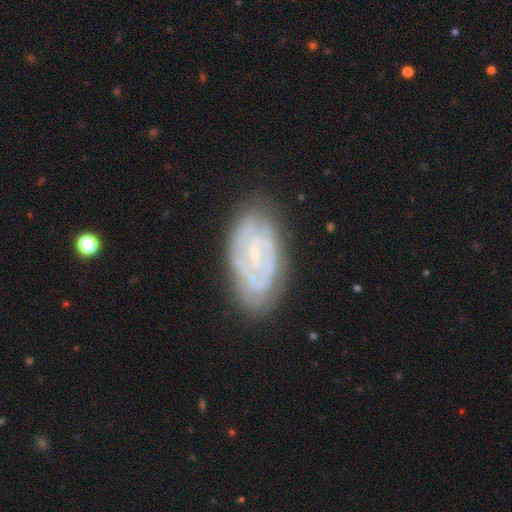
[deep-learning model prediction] This is likely a featured or disk galaxy (77%). It is clearly not viewed edge-on (96%). Bar: possibly no (48%). Spiral arm pattern: clearly yes (81%). Spiral arm count: marginally can't tell (44%). Spiral winding: likely tight (65%). Central bulge: likely small (76%). Merging: likely none (74%).